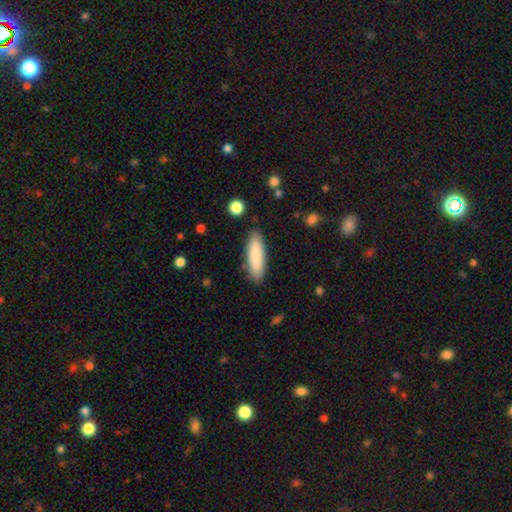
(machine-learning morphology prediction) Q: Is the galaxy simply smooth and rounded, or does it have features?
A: smooth — 86%.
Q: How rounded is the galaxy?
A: cigar-shaped — 66%.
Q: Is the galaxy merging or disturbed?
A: none — 87%.